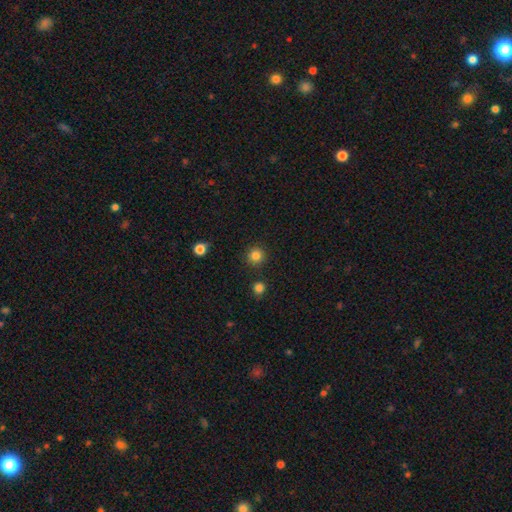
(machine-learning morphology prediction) Overall: smooth (84%). How rounded: round (95%). Merging: none (90%).